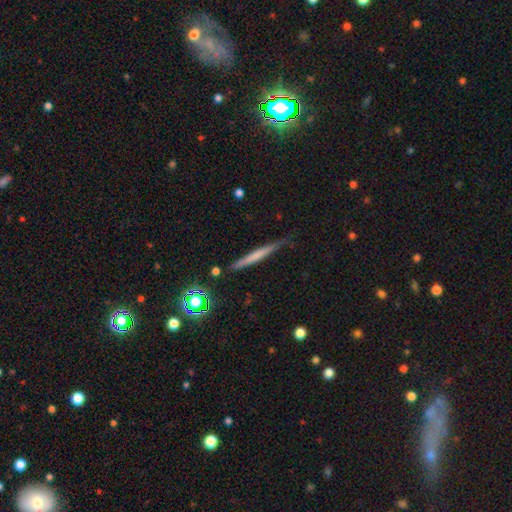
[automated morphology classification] smooth_or_featured: smooth (p=0.51) [alt: featured or disk p=0.41]
how_rounded: cigar-shaped (p=0.95) [alt: in between p=0.03]
merging: none (p=0.79) [alt: minor disturbance p=0.16]